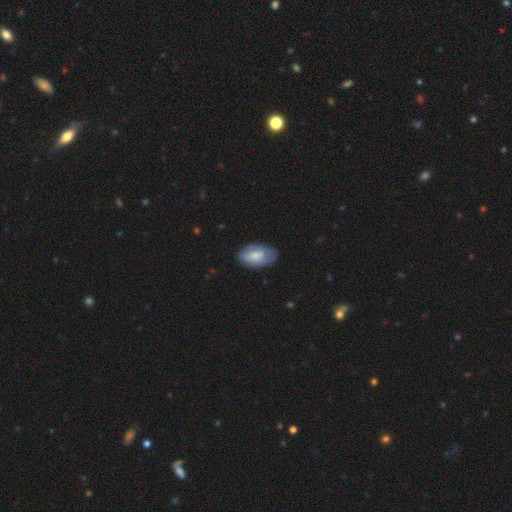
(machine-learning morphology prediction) Smooth or featured? Predicted: smooth (p=0.68). How rounded? Predicted: in between (p=0.94). Merging? Predicted: none (p=0.66).